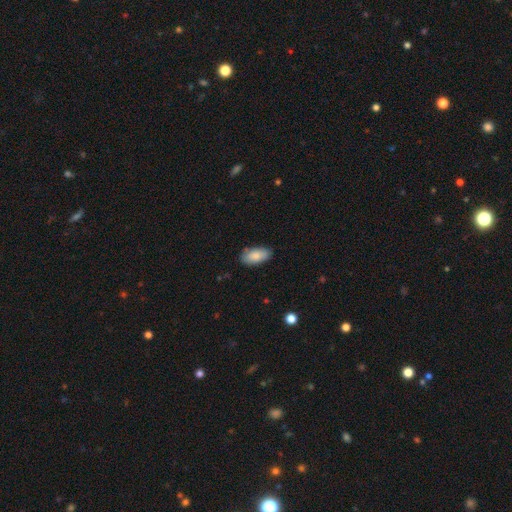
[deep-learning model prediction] This appears to be a smooth galaxy with no disk features (85%) that is in between round and cigar-shaped (93%). Merging: none (83%).